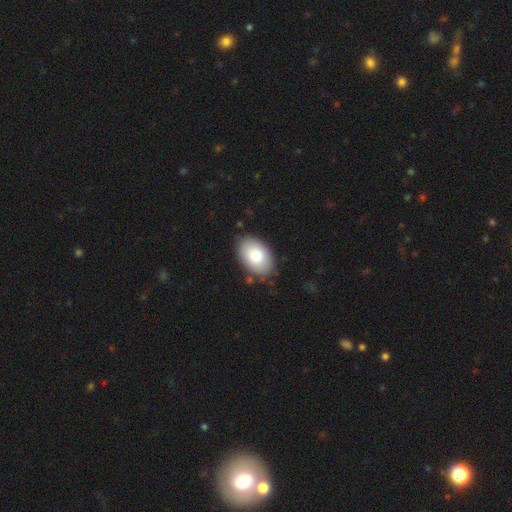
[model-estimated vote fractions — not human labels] Smooth or featured? Predicted: smooth (p=0.83). How rounded? Predicted: in between (p=0.91). Merging? Predicted: none (p=0.83).